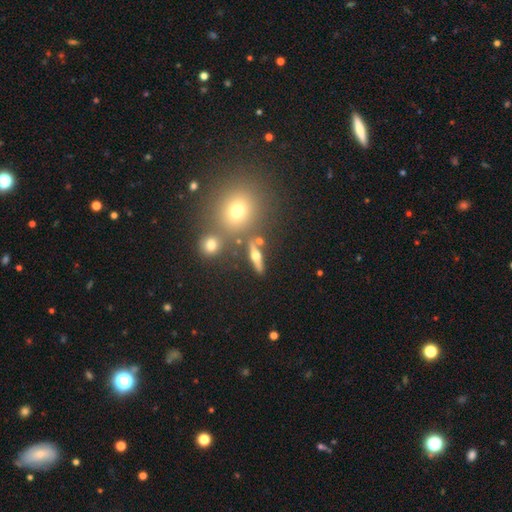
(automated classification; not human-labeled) A featured or disk galaxy (56%) viewed edge-on (85%).

Vote fractions:
- Smooth or featured? featured or disk: 56% / smooth: 31% / star or artifact: 13%
- Edge-on disk? yes: 85% / no: 15%
- Merging? none: 78% / minor disturbance: 9% / merger: 8% / major disturbance: 4%